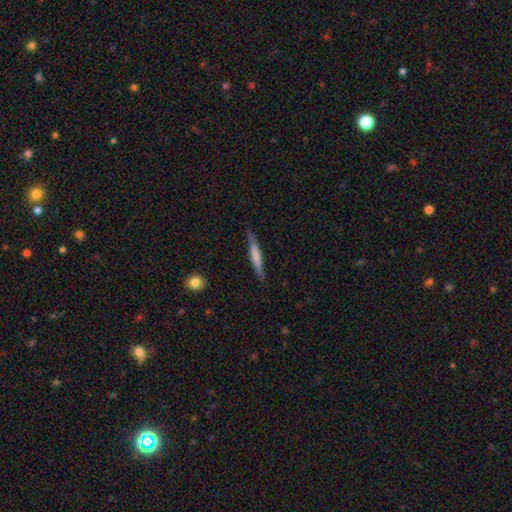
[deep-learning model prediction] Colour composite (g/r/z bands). It shows a smooth galaxy with no disk features (56%) that is cigar-shaped (93%). Merging: none (81%).